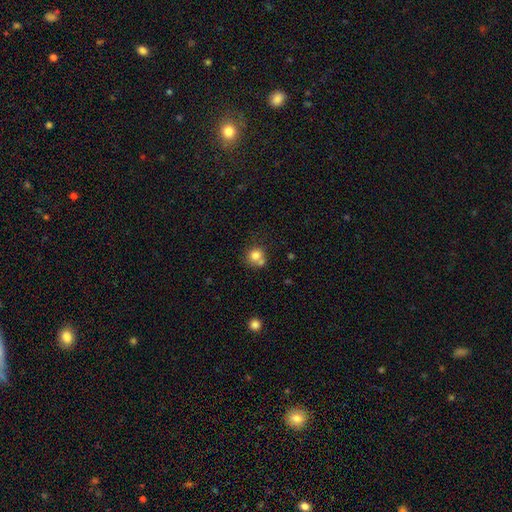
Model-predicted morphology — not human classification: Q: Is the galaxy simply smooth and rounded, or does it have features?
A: smooth — 79%.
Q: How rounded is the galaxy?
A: round — 86%.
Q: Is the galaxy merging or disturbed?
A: none — 52%.